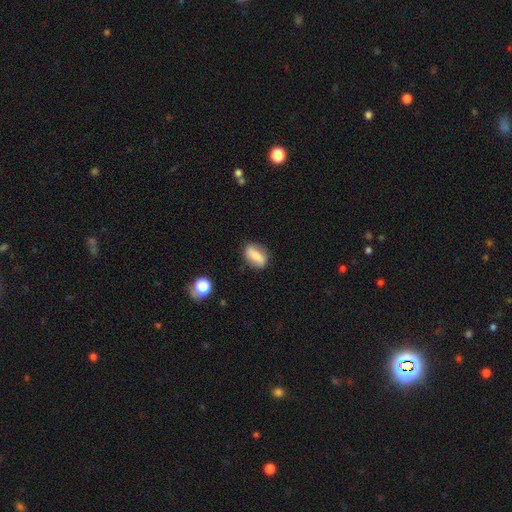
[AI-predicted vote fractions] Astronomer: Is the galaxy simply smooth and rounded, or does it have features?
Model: smooth — 70%.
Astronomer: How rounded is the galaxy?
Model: in between — 79%.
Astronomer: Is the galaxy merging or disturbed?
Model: none — 80%.